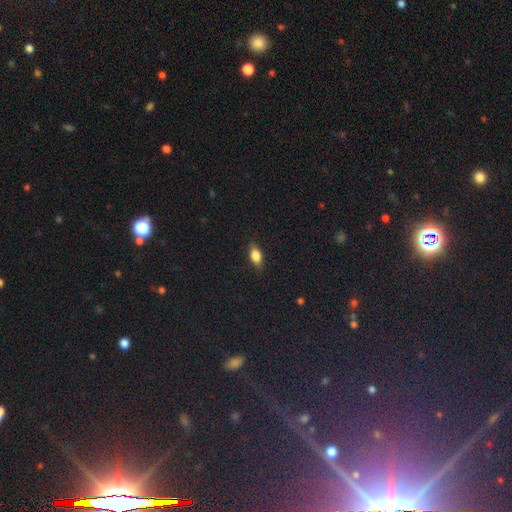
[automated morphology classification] type=smooth (78%); roundness=in between (83%); merging=none (83%).